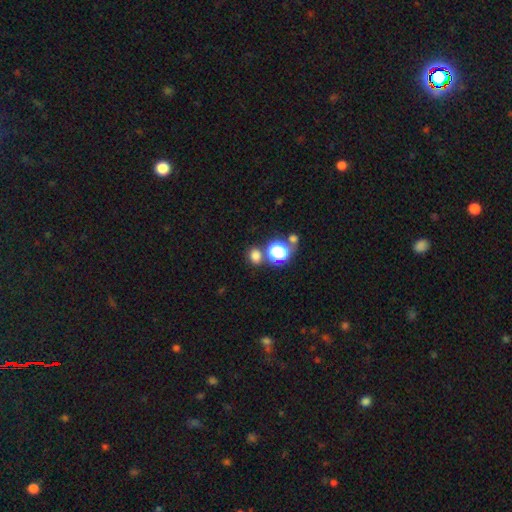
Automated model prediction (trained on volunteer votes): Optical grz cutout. It shows a smooth galaxy with no disk features (73%) that is round (59%). Merging: none (71%).